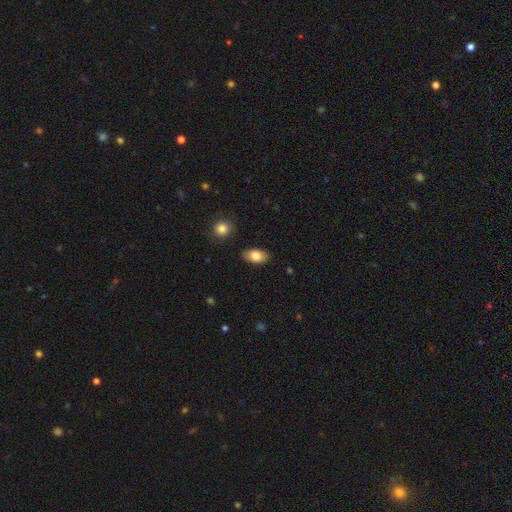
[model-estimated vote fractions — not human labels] Smooth or featured? Predicted: smooth (p=0.82). How rounded? Predicted: in between (p=0.92). Merging? Predicted: none (p=0.86).